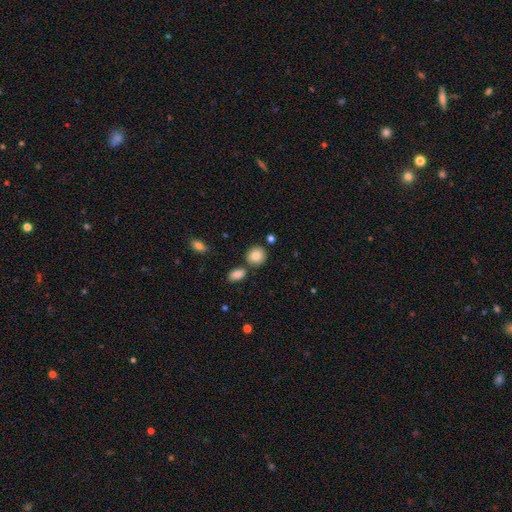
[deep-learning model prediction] This is clearly a smooth galaxy (85%). How rounded: likely round (79%). Merging: likely none (75%).